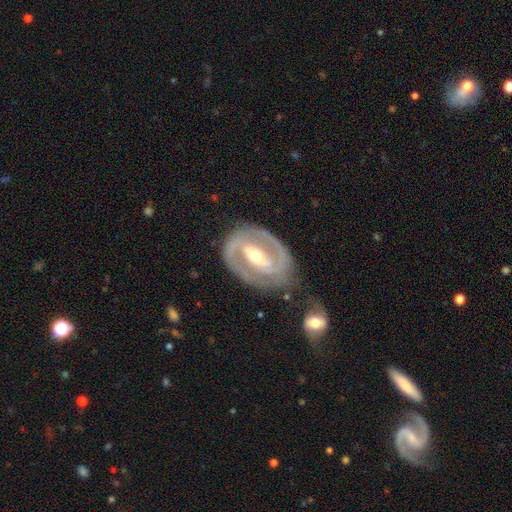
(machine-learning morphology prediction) Q: Smooth or featured?
A: featured or disk (88%); runner-up: smooth (8%)
Q: Edge-on disk?
A: no (96%); runner-up: yes (4%)
Q: Bar?
A: strong (55%); runner-up: weak (32%)
Q: Spiral arms?
A: yes (91%); runner-up: no (9%)
Q: Spiral winding?
A: tight (52%); runner-up: medium (39%)
Q: Spiral arm count?
A: 2 (85%); runner-up: can't tell (6%)
Q: Bulge size?
A: moderate (65%); runner-up: small (30%)
Q: Merging?
A: none (71%); runner-up: minor disturbance (17%)